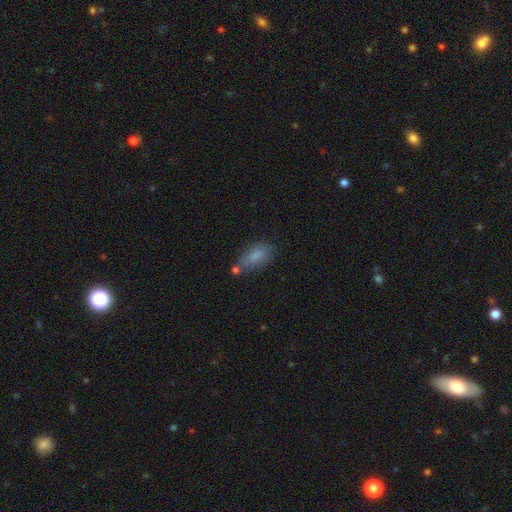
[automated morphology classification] This appears to be a smooth galaxy with no disk features (80%) that is in between round and cigar-shaped (79%). Merging: none (55%).